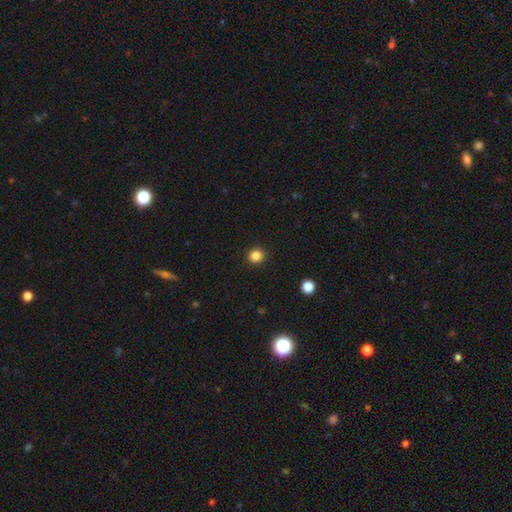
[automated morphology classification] smooth-or-featured: smooth: 85% | star or artifact: 12% | featured or disk: 3%
  how-rounded: round: 93% | in between: 6% | cigar-shaped: 1%
  merging: none: 92% | minor disturbance: 5% | major disturbance: 2% | merger: 1%